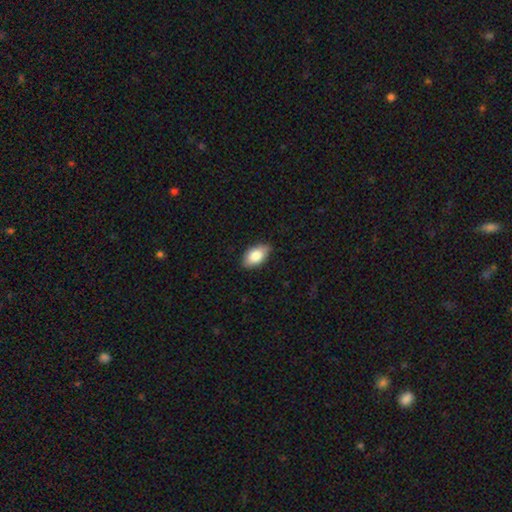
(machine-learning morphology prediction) Smooth or featured? Predicted: smooth (p=0.83). How rounded? Predicted: in between (p=0.93). Merging? Predicted: none (p=0.81).